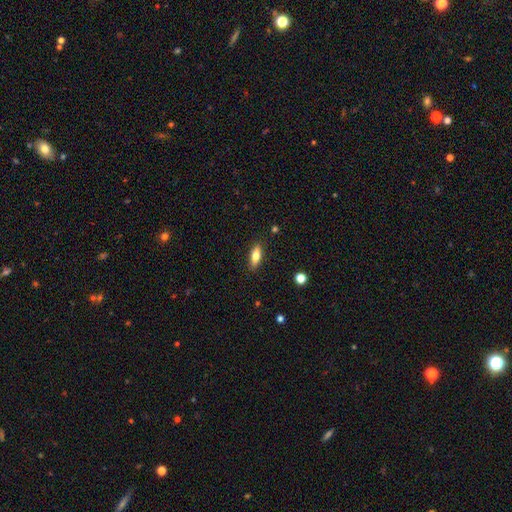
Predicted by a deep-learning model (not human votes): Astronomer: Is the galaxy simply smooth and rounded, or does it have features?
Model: smooth — 71%.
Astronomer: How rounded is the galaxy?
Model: in between — 66%.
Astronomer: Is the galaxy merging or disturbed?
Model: none — 88%.